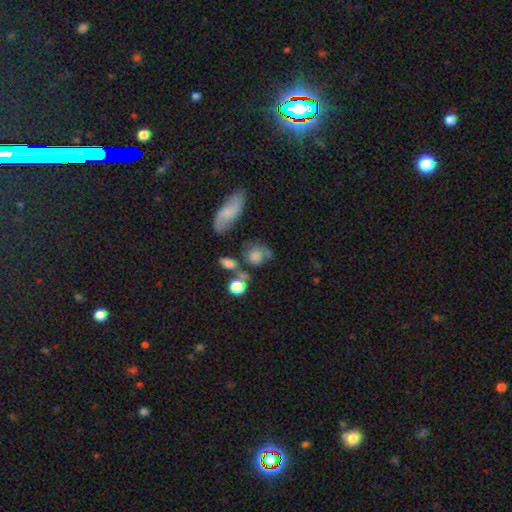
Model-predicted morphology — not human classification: A smooth galaxy with no disk features (63%) that is round (63%).

Vote fractions:
- Smooth or featured? smooth: 63% / featured or disk: 26% / star or artifact: 11%
- How rounded? round: 63% / in between: 34% / cigar-shaped: 3%
- Merging? none: 44% / minor disturbance: 22% / merger: 19% / major disturbance: 15%